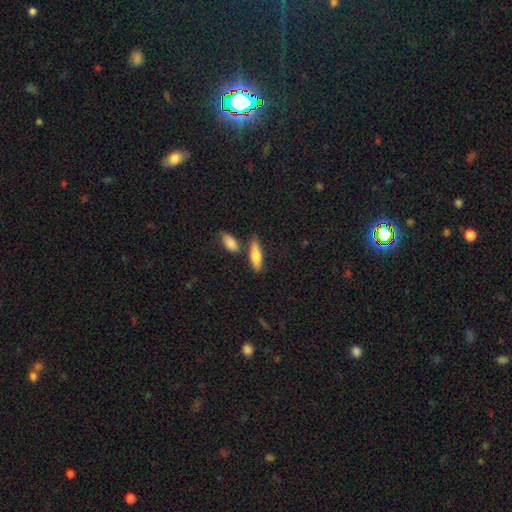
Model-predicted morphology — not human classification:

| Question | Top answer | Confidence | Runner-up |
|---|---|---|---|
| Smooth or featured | smooth | 75% | featured or disk (18%) |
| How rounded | cigar-shaped | 50% | in between (47%) |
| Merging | none | 64% | merger (16%) |